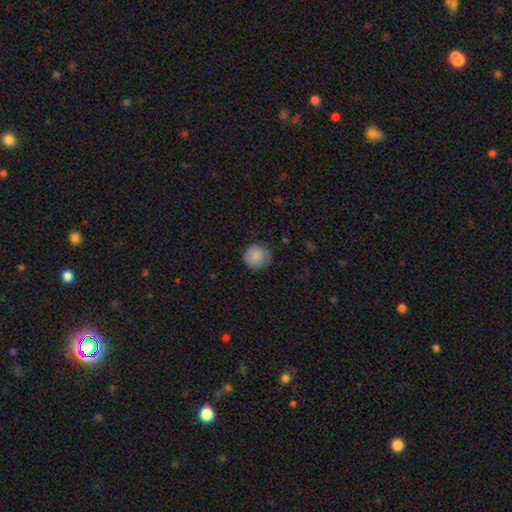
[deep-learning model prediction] Smooth or featured? smooth (86%)
How rounded? round (93%)
Merging? none (80%)